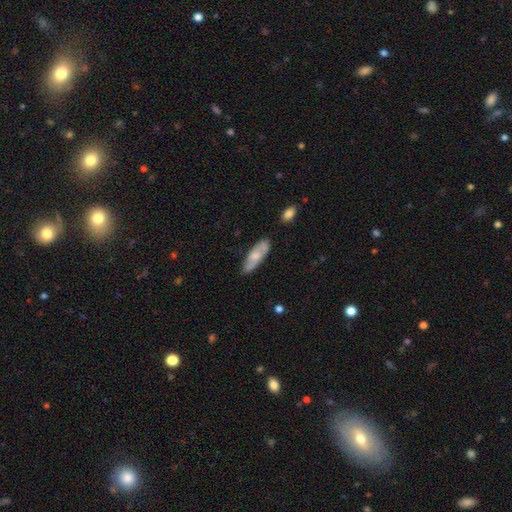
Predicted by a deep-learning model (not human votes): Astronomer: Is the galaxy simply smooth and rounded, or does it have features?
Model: smooth — 58% (runner-up: featured or disk, 36%).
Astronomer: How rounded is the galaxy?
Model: in between — 57% (runner-up: cigar-shaped, 41%).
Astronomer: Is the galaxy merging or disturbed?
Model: none — 76%.